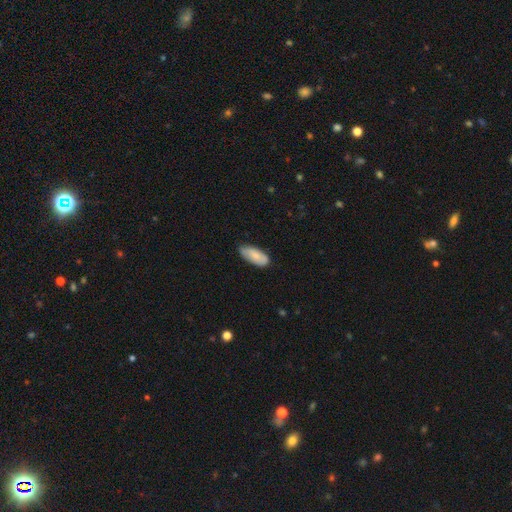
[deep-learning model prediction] Smooth or featured?
  - smooth: 79% *
  - featured or disk: 15%
  - star or artifact: 6%
How rounded?
  - in between: 87% *
  - cigar-shaped: 11%
  - round: 2%
Merging?
  - none: 77% *
  - minor disturbance: 19%
  - major disturbance: 3%
  - merger: 1%